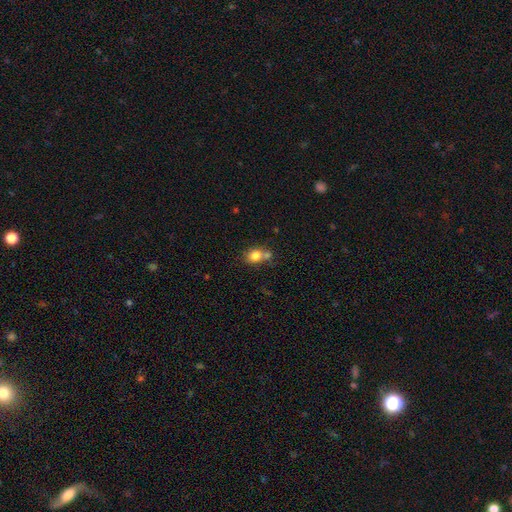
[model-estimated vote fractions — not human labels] Q: Smooth or featured?
A: smooth (80%); runner-up: star or artifact (10%)
Q: How rounded?
A: round (62%); runner-up: in between (37%)
Q: Merging?
A: none (44%); runner-up: merger (39%)